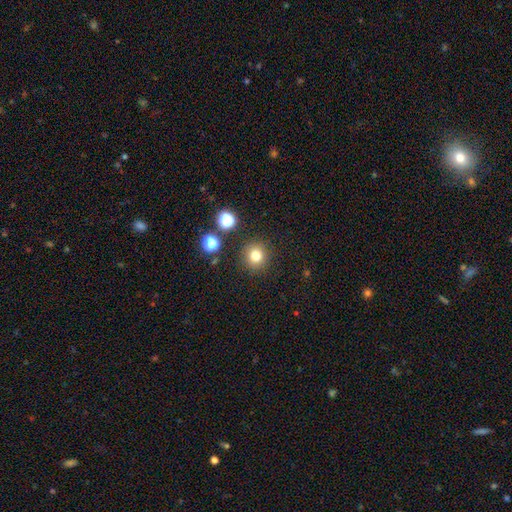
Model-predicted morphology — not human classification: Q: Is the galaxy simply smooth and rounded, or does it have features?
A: smooth — 77%.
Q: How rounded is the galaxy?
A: round — 92%.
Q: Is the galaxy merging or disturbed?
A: none — 88%.